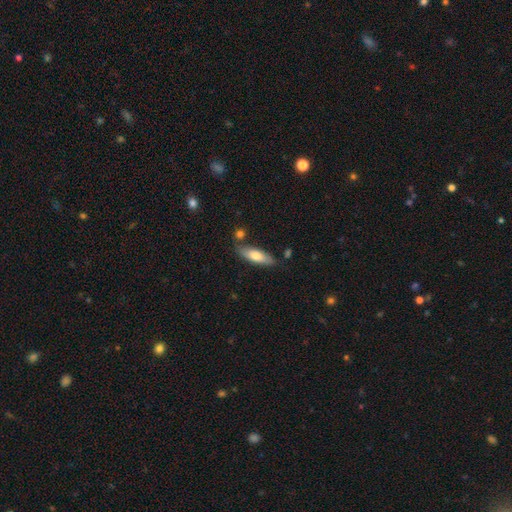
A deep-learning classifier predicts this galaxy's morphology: Smooth or featured?
  - smooth: 68% *
  - featured or disk: 26%
  - star or artifact: 6%
How rounded?
  - in between: 50% *
  - cigar-shaped: 48%
  - round: 2%
Merging?
  - none: 77% *
  - minor disturbance: 14%
  - merger: 6%
  - major disturbance: 3%